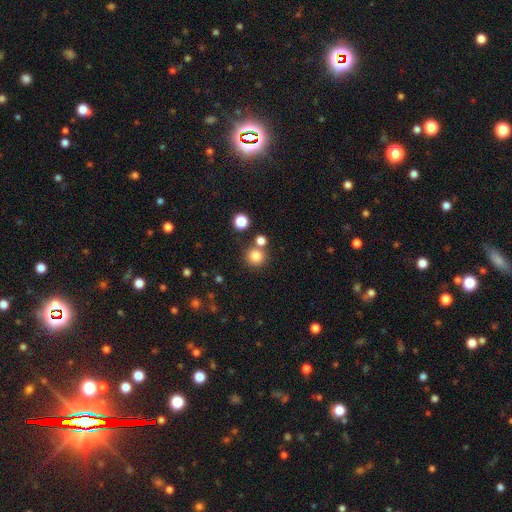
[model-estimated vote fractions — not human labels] The model was most divided on "merging": none: 72%, merger: 17%, minor disturbance: 8%, major disturbance: 3%. More confident: how rounded — round (93%); smooth or featured — smooth (82%).